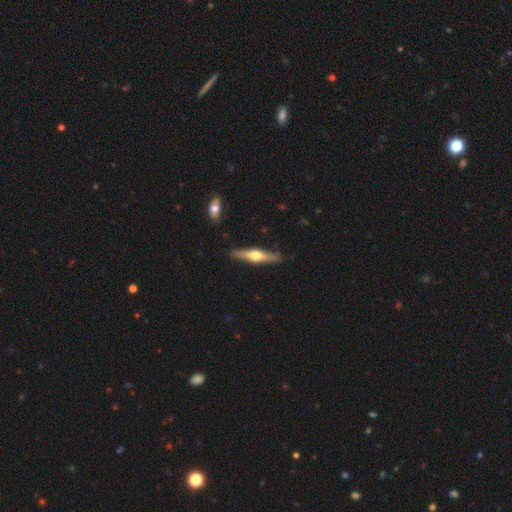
This is likely a featured or disk galaxy (60%). It is clearly viewed edge-on (88%). Edge-on bulge: clearly rounded (100%). Merging: clearly none (89%).